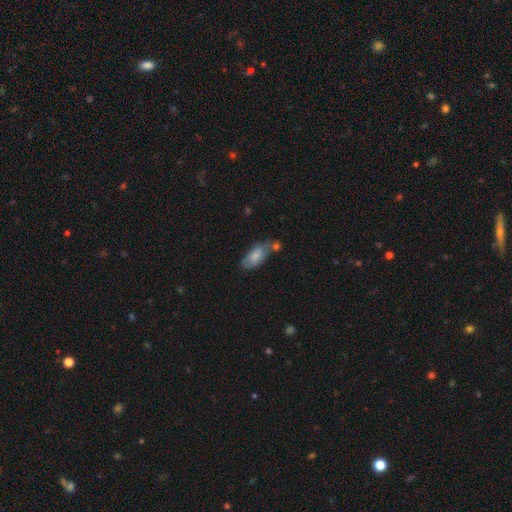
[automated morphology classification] smooth-or-featured: smooth: 73% | featured or disk: 20% | star or artifact: 7%
  how-rounded: in between: 86% | cigar-shaped: 11% | round: 2%
  merging: none: 48% | minor disturbance: 24% | merger: 20% | major disturbance: 7%